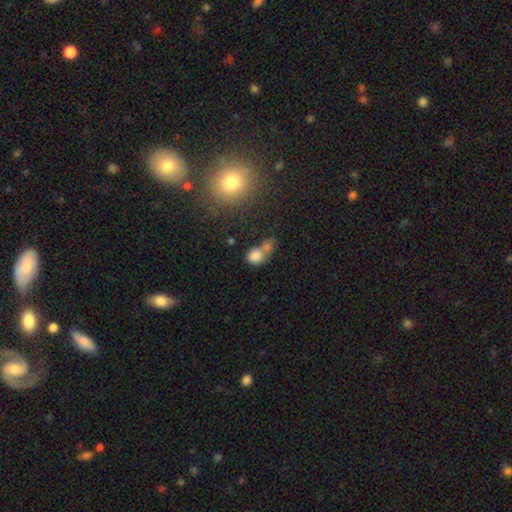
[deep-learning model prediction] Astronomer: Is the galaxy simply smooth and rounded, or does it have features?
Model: smooth — 78%.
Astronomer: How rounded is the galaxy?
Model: round — 57% (runner-up: in between, 41%).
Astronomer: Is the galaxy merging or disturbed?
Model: merger — 54%.